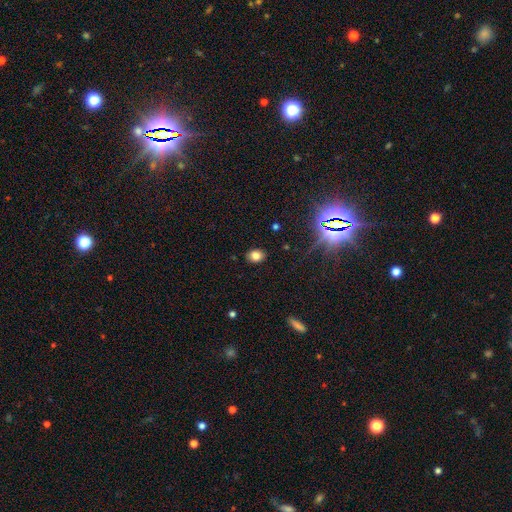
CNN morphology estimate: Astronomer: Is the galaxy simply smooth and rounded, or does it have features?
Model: smooth — 79%.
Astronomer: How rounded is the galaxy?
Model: in between — 63%.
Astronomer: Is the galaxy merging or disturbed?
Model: none — 87%.